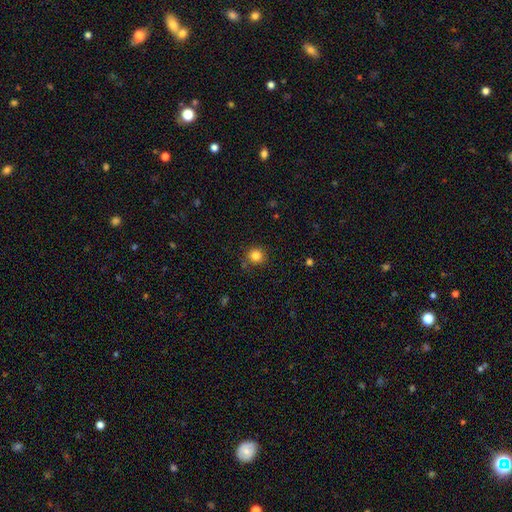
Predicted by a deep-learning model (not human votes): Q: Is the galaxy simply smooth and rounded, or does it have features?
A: smooth — 83%.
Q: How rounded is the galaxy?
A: round — 92%.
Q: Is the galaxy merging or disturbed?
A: none — 85%.